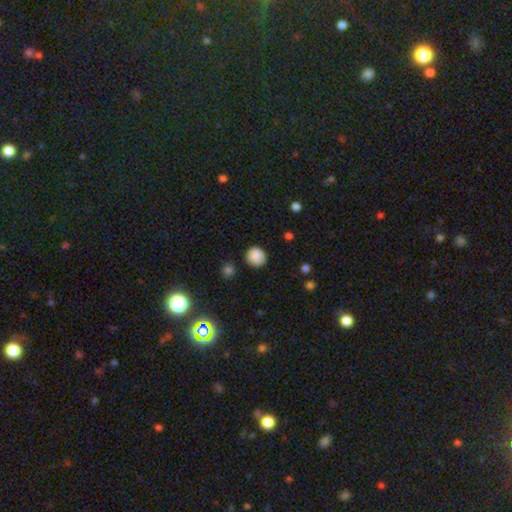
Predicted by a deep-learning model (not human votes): A smooth galaxy with no disk features (87%) that is round (91%).

Vote fractions:
- Smooth or featured? smooth: 87% / star or artifact: 10% / featured or disk: 4%
- How rounded? round: 91% / in between: 8% / cigar-shaped: 1%
- Merging? none: 85% / minor disturbance: 10% / major disturbance: 3% / merger: 2%